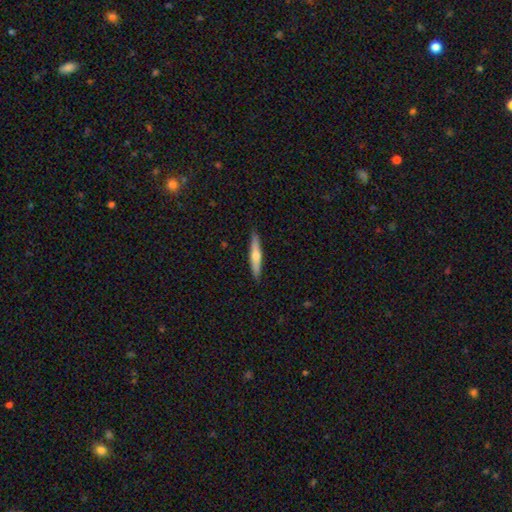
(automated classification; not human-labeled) Smooth or featured? featured or disk (47%, tied with smooth)
Merging? none (91%)